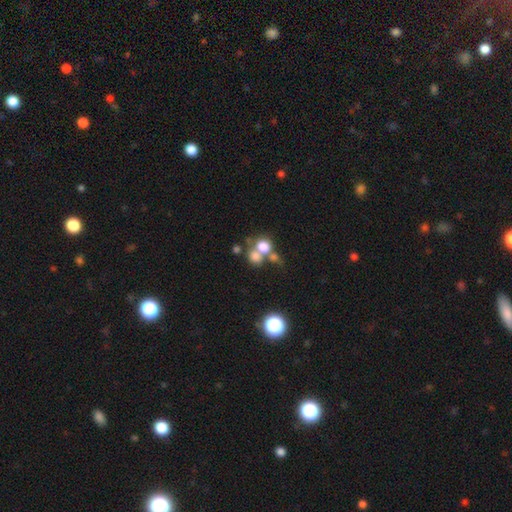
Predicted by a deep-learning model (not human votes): The model was most divided on "merging": merger: 50%, none: 36%, minor disturbance: 8%, major disturbance: 7%. More confident: how rounded — round (76%); smooth or featured — smooth (69%).